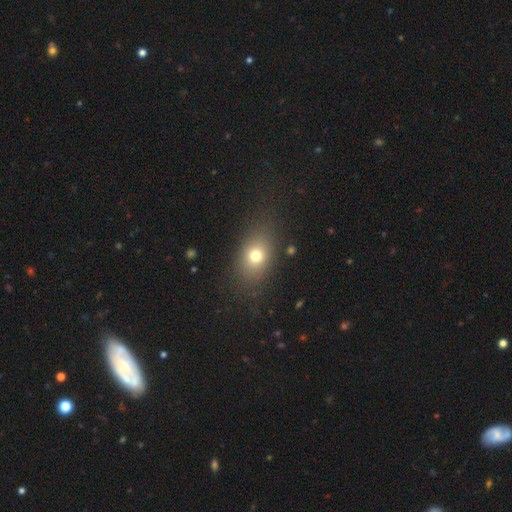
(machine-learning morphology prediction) smooth_or_featured: smooth (p=0.73) [alt: featured or disk p=0.14]
how_rounded: in between (p=0.69) [alt: round p=0.29]
merging: none (p=0.79) [alt: minor disturbance p=0.12]